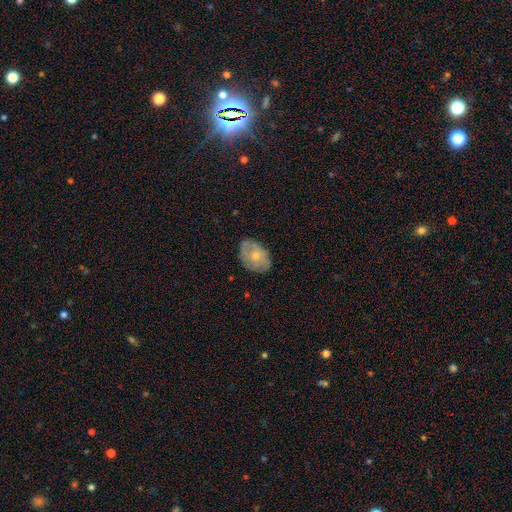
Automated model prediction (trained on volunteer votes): Smooth or featured?
  - smooth: 51% *
  - featured or disk: 42%
  - star or artifact: 7%
How rounded?
  - in between: 78% *
  - round: 21%
  - cigar-shaped: 1%
Merging?
  - none: 69% *
  - minor disturbance: 23%
  - major disturbance: 6%
  - merger: 1%